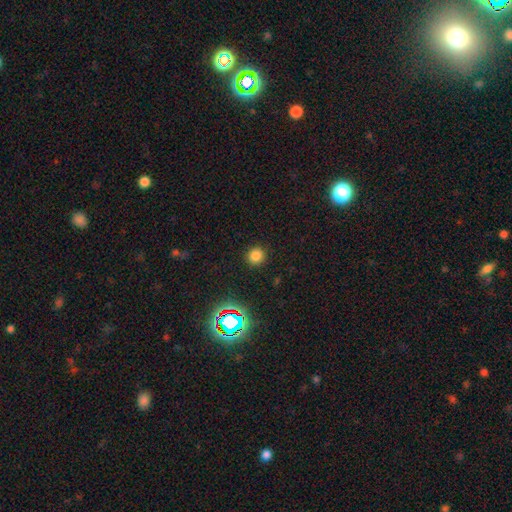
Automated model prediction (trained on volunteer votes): Morphology: type=smooth (77%); roundness=round (93%); merging=none (91%).